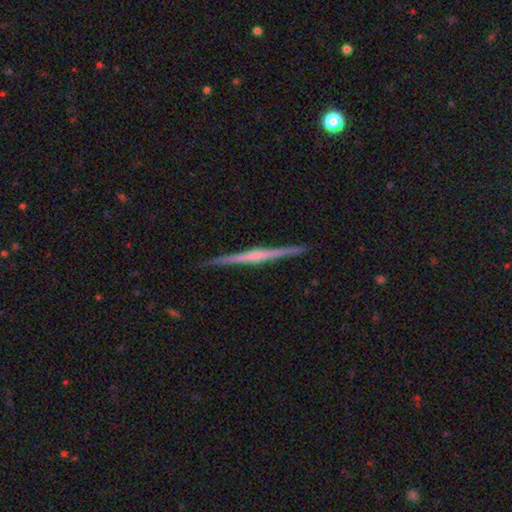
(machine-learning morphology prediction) Smooth or featured?
  - featured or disk: 79% *
  - smooth: 16%
  - star or artifact: 5%
Edge-on disk?
  - yes: 99% *
  - no: 1%
Edge-on bulge?
  - rounded: 49% *
  - none: 32%
  - boxy: 18%
Merging?
  - none: 92% *
  - minor disturbance: 6%
  - major disturbance: 1%
  - merger: 1%